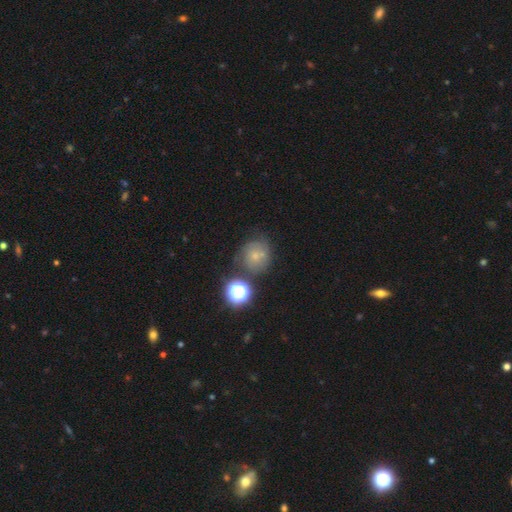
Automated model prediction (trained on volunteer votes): This appears to be a smooth galaxy with no disk features (57%) that is round (84%). Merging: none (55%).